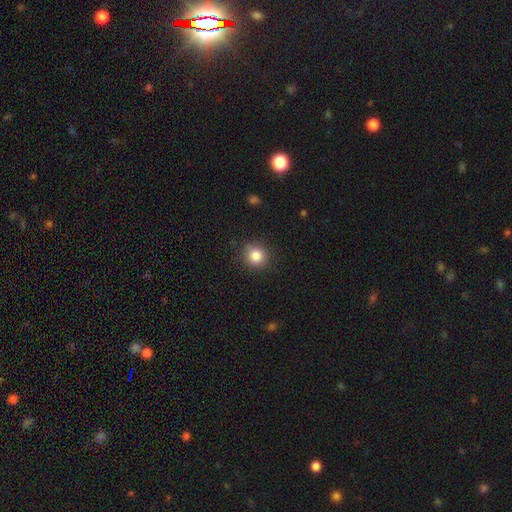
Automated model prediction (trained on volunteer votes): smooth_or_featured: smooth (p=0.85) [alt: star or artifact p=0.10]
how_rounded: round (p=0.87) [alt: in between p=0.12]
merging: none (p=0.87) [alt: minor disturbance p=0.09]